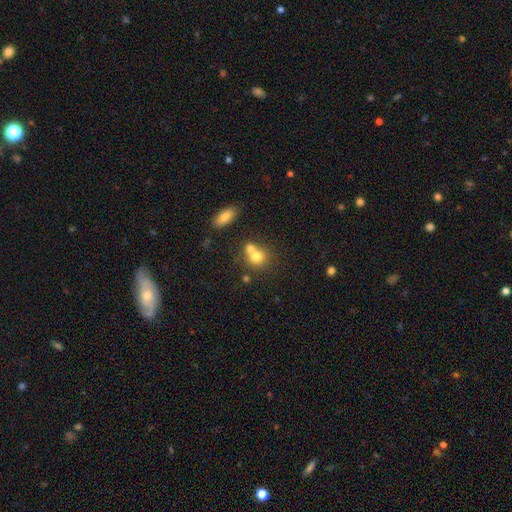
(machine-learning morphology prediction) Q: Smooth or featured?
A: smooth (73%); runner-up: featured or disk (15%)
Q: How rounded?
A: round (78%); runner-up: in between (21%)
Q: Merging?
A: merger (51%); runner-up: none (38%)